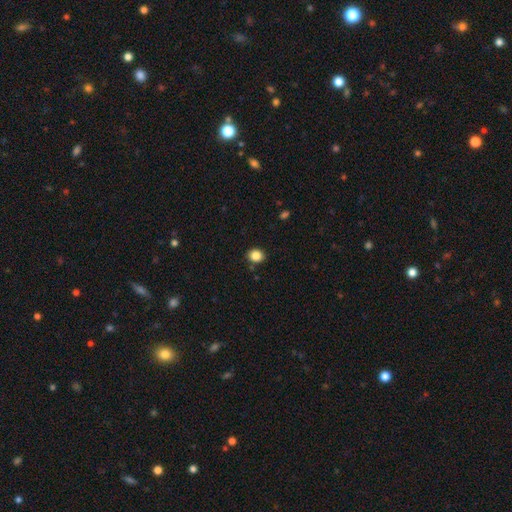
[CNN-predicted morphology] This appears to be a smooth galaxy with no disk features (86%) that is round (67%). Merging: none (87%).